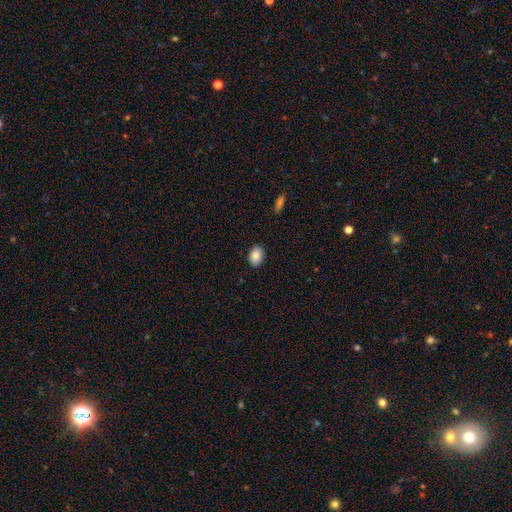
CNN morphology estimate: This is clearly a smooth galaxy (87%). How rounded: likely in between (77%). Merging: clearly none (88%).